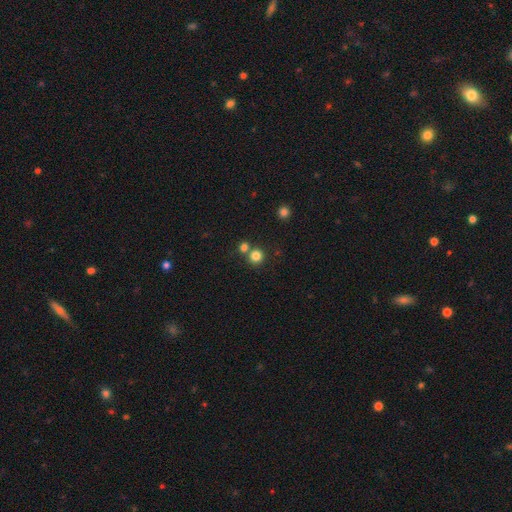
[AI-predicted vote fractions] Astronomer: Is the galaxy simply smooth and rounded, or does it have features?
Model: smooth — 81%.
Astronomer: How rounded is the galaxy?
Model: round — 91%.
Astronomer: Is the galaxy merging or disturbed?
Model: none — 66%.